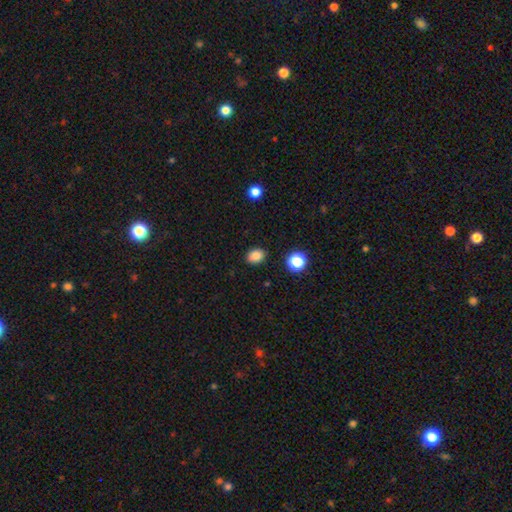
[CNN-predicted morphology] smooth-or-featured: smooth: 84% | star or artifact: 11% | featured or disk: 5%
  how-rounded: in between: 57% | round: 42% | cigar-shaped: 1%
  merging: none: 88% | minor disturbance: 8% | major disturbance: 2% | merger: 2%